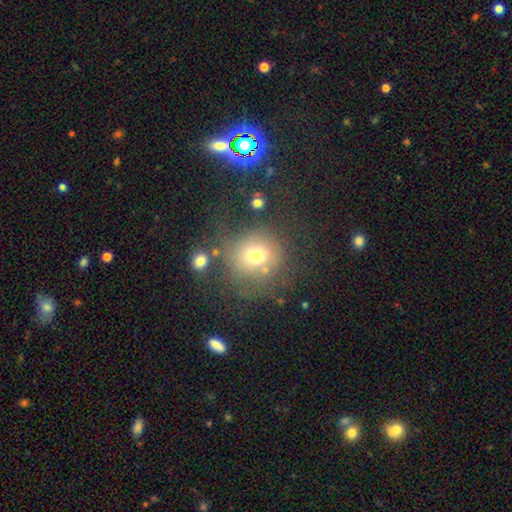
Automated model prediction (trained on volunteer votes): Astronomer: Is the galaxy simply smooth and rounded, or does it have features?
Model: smooth — 68%.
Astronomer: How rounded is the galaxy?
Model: round — 87%.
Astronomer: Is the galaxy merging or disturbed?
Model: none — 60%.